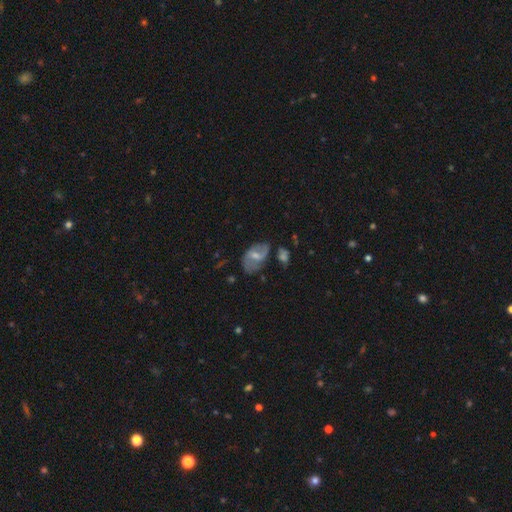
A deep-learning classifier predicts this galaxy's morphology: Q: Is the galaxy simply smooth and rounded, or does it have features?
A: featured or disk — 61%.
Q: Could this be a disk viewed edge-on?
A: no — 96%.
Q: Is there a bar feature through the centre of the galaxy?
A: weak — 51%.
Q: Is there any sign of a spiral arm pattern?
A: yes — 75%.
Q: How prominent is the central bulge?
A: moderate — 46%.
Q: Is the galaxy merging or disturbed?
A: none — 51%.